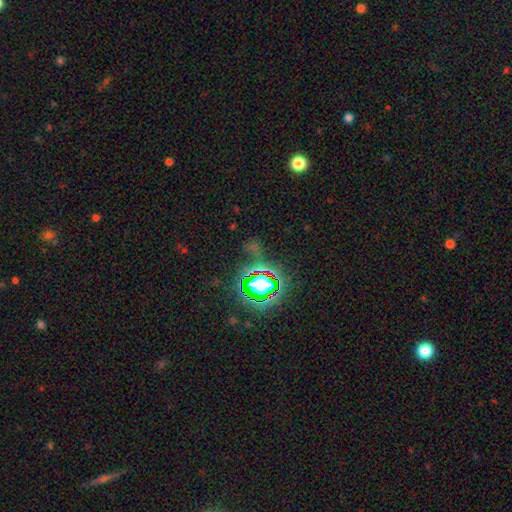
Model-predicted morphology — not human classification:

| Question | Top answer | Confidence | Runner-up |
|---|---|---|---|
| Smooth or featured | star or artifact | 79% | smooth (13%) |